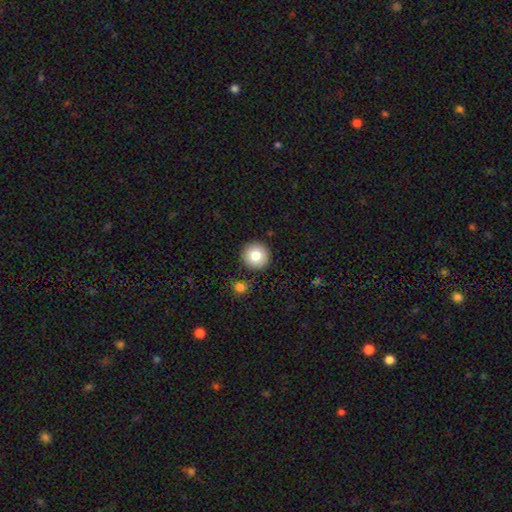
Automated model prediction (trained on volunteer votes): smooth-or-featured: smooth: 80% | featured or disk: 11% | star or artifact: 9%
  how-rounded: round: 95% | in between: 4% | cigar-shaped: 1%
  merging: none: 88% | minor disturbance: 6% | merger: 3% | major disturbance: 2%